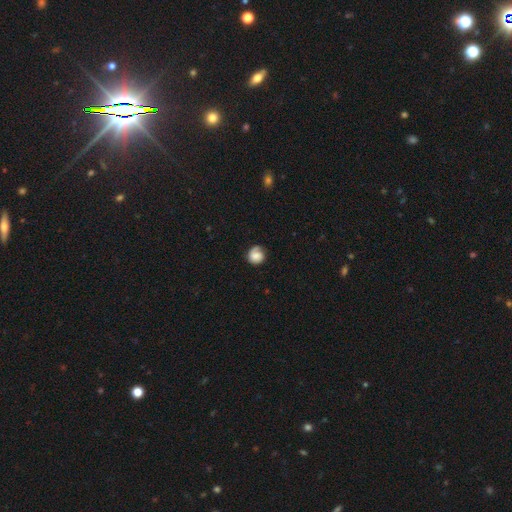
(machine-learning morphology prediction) Smooth or featured? Predicted: smooth (p=0.61). How rounded? Predicted: round (p=0.82). Merging? Predicted: none (p=0.65).